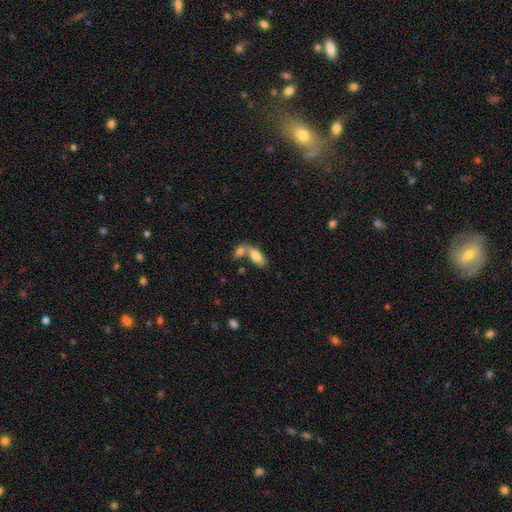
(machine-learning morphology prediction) Smooth or featured: smooth — 78% (featured or disk — 16%)
How rounded: in between — 84% (cigar-shaped — 13%)
Merging: merger — 52% (none — 36%)